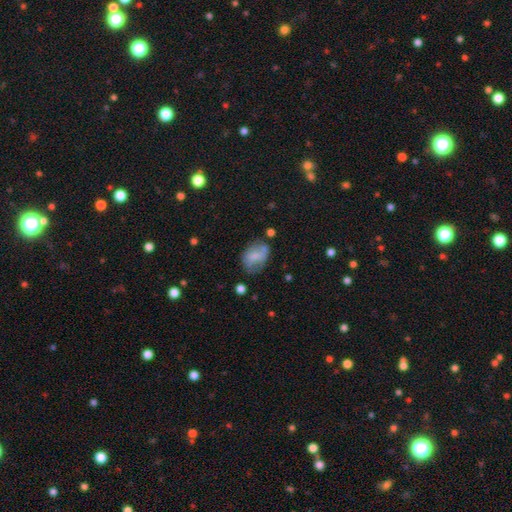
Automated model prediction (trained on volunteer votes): Smooth or featured: smooth — 65% (featured or disk — 27%)
How rounded: in between — 71% (round — 28%)
Merging: none — 49% (minor disturbance — 28%)